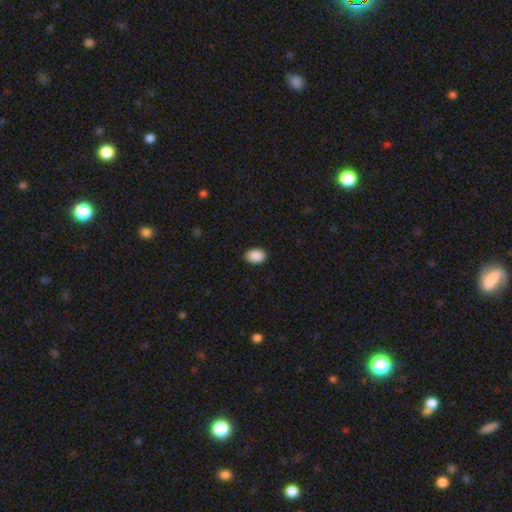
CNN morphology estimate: Smooth or featured? Predicted: smooth (p=0.90). How rounded? Predicted: in between (p=0.84). Merging? Predicted: none (p=0.89).